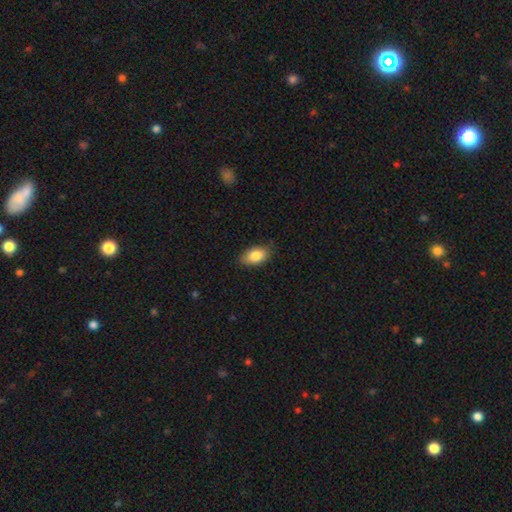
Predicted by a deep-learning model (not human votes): This appears to be a smooth galaxy with no disk features (84%) that is in between round and cigar-shaped (91%). Merging: none (83%).